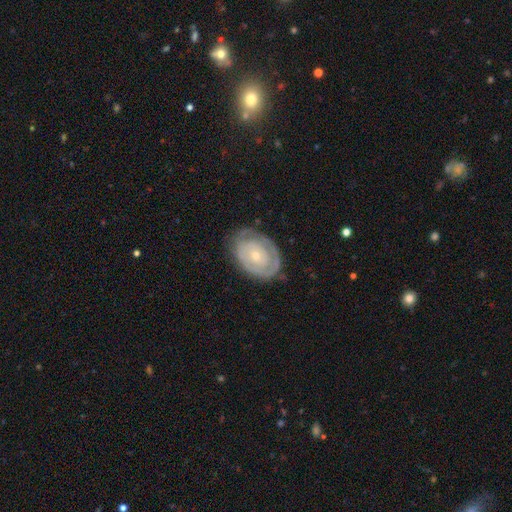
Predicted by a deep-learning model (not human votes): This appears to be a featured or disk galaxy (70%) with no bar (85%), spiral arms (66%) and a small central bulge (70%). Merging: none (69%).